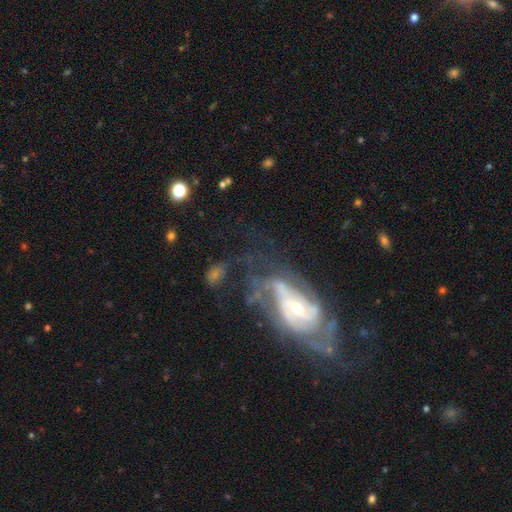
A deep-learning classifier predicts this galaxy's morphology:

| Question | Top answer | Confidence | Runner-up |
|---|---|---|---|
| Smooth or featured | featured or disk | 80% | star or artifact (10%) |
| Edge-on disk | no | 90% | yes (10%) |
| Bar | no | 55% | weak (33%) |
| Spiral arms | yes | 89% | no (11%) |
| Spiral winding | tight | 51% | medium (36%) |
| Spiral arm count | can't tell | 41% | 2 (26%) |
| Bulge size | small | 48% | moderate (41%) |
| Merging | none | 64% | minor disturbance (18%) |